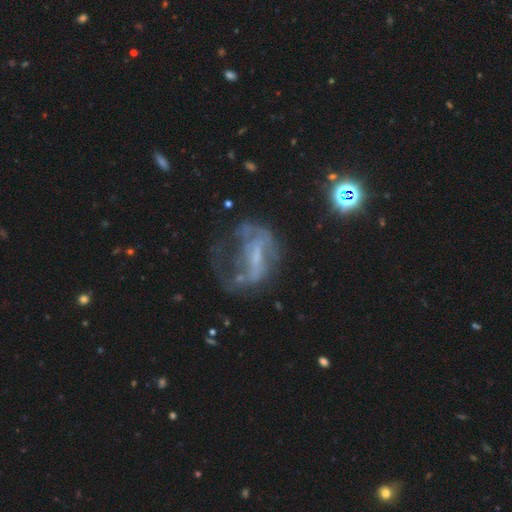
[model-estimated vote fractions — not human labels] Smooth or featured? Predicted: featured or disk (p=0.66). Edge-on disk? Predicted: no (p=0.94). Bar? Predicted: weak (p=0.37). Spiral arms? Predicted: no (p=0.51). Bulge size? Predicted: small (p=0.43). Merging? Predicted: major disturbance (p=0.42).